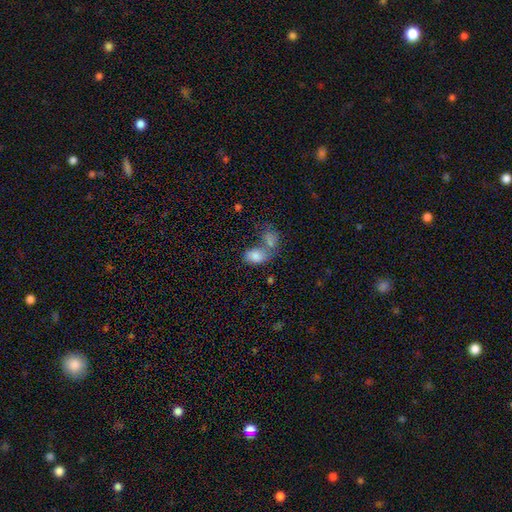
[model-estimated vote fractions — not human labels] Smooth or featured: smooth — 80% (featured or disk — 11%)
How rounded: in between — 87% (round — 11%)
Merging: merger — 56% (none — 26%)